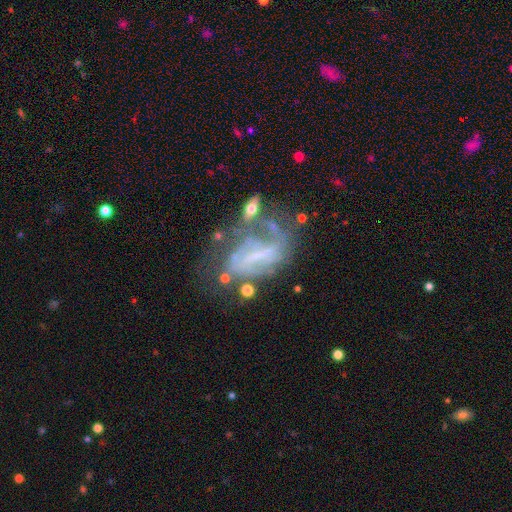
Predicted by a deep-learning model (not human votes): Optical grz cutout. It shows a featured or disk galaxy (74%) with a weak bar (35%), spiral arms (67%) and no central bulge (57%). Merging: major disturbance (33%, tied with none).